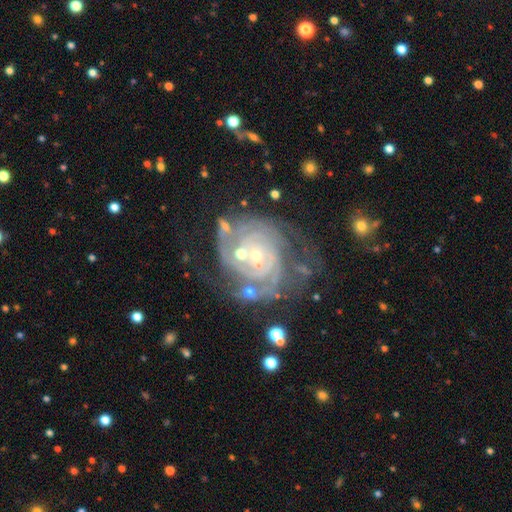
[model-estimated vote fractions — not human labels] featured or disk 89%, star or artifact 7%, smooth 5%. Down the decision tree: edge-on disk — no (98%); bar — no (71%); spiral arms — yes (97%); spiral arm count — can't tell (26%); spiral winding — tight (76%); bulge size — small (71%); merging — none (57%).